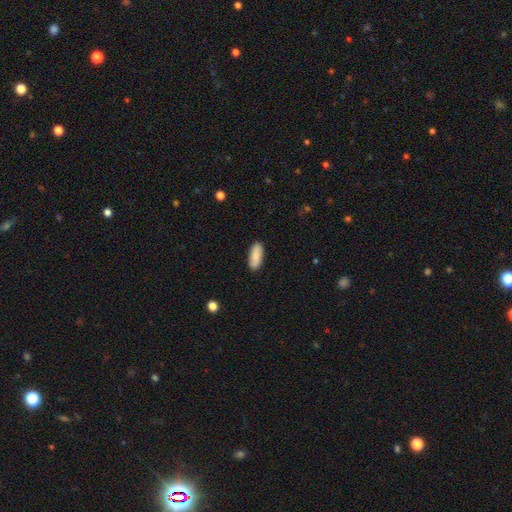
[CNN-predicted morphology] Q: Smooth or featured?
A: smooth (89%); runner-up: star or artifact (6%)
Q: How rounded?
A: in between (72%); runner-up: cigar-shaped (26%)
Q: Merging?
A: none (89%); runner-up: minor disturbance (8%)